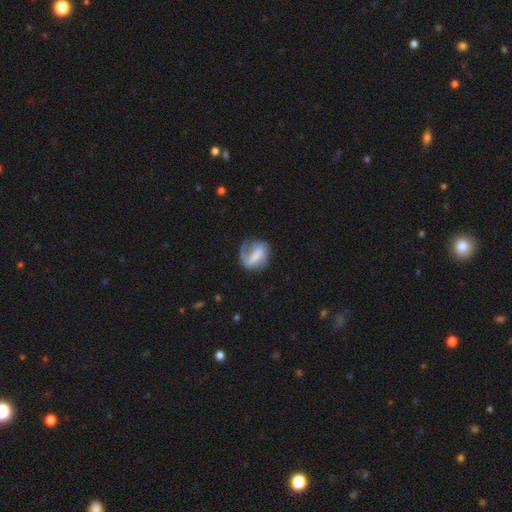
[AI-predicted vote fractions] Smooth or featured: featured or disk — 61% (smooth — 32%)
Edge-on disk: no — 96% (yes — 4%)
Bar: strong — 47% (weak — 32%)
Spiral arms: yes — 76% (no — 24%)
Bulge size: none — 48% (small — 20%)
Merging: none — 44% (major disturbance — 29%)